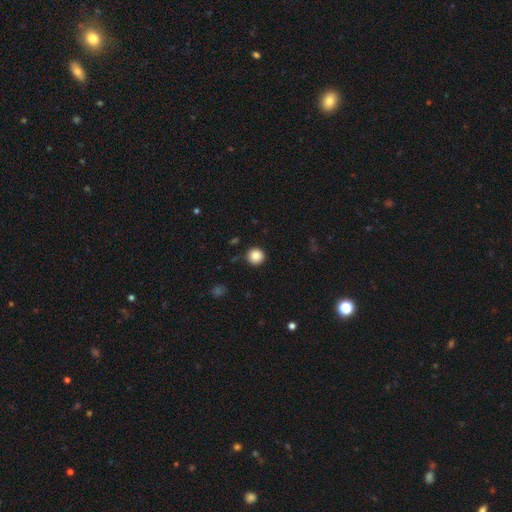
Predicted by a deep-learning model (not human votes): Smooth or featured? Predicted: smooth (p=0.86). How rounded? Predicted: round (p=0.95). Merging? Predicted: none (p=0.90).